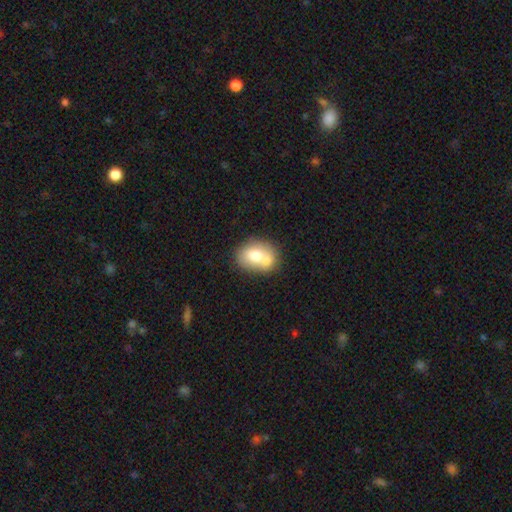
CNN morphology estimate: Q: Smooth or featured?
A: smooth (69%); runner-up: featured or disk (23%)
Q: How rounded?
A: in between (57%); runner-up: round (42%)
Q: Merging?
A: merger (42%); runner-up: none (40%)